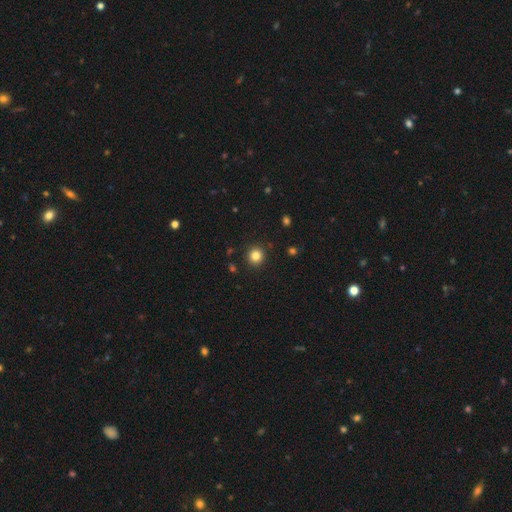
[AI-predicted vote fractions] A smooth galaxy with no disk features (83%) that is round (92%).

Vote fractions:
- Smooth or featured? smooth: 83% / star or artifact: 12% / featured or disk: 5%
- How rounded? round: 92% / in between: 7% / cigar-shaped: 1%
- Merging? none: 91% / minor disturbance: 5% / major disturbance: 2% / merger: 1%